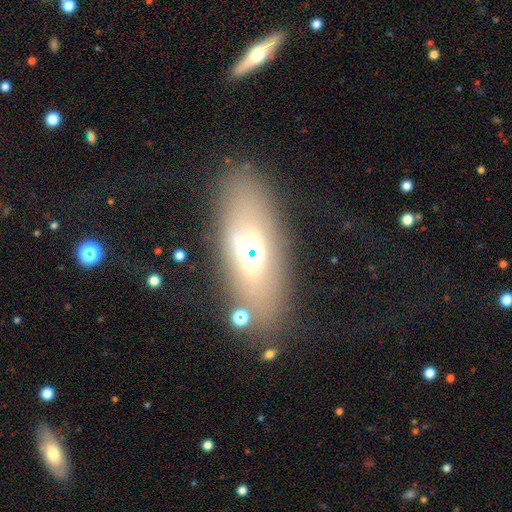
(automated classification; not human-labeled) smooth 43%, featured or disk 36%, star or artifact 21%. Down the decision tree: merging — none (78%).